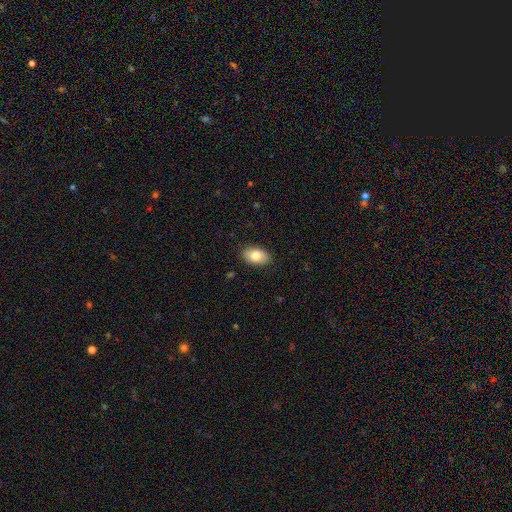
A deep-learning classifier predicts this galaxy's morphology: Q: Smooth or featured?
A: smooth (80%); runner-up: featured or disk (13%)
Q: How rounded?
A: in between (91%); runner-up: round (7%)
Q: Merging?
A: none (88%); runner-up: minor disturbance (9%)